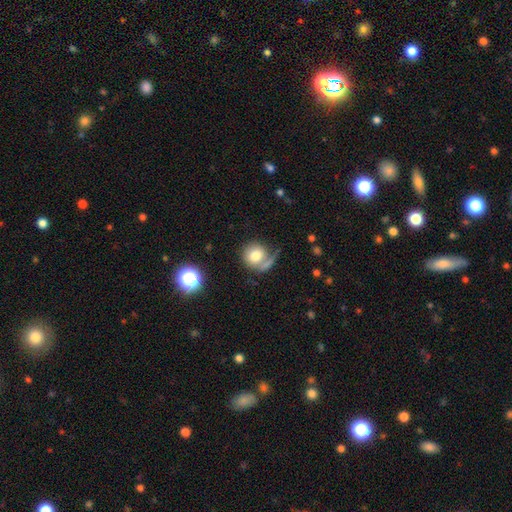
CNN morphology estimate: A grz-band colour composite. It shows a smooth galaxy with no disk features (72%) that is round (84%). Merging: none (50%).